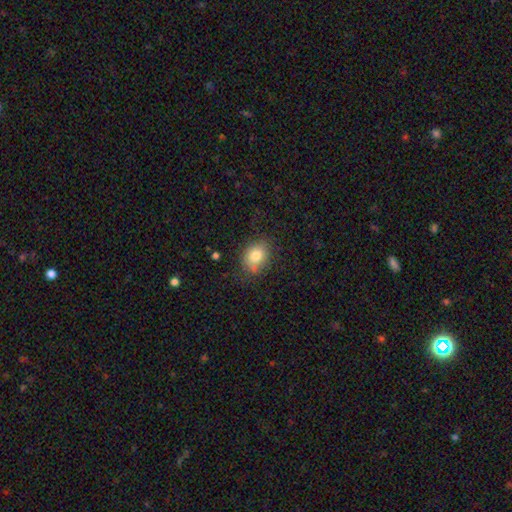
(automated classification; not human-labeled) Morphology: type=smooth (80%); roundness=in between (53%); merging=none (68%).